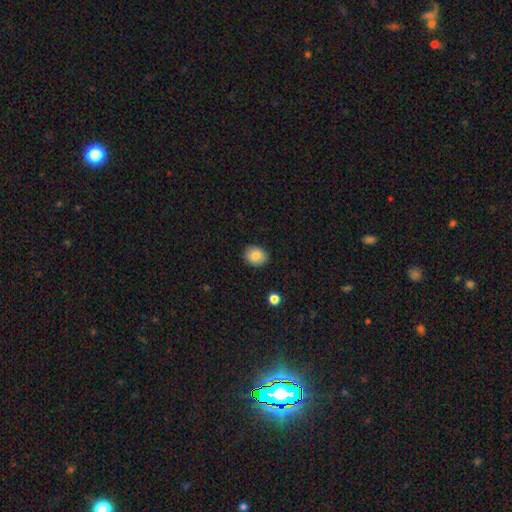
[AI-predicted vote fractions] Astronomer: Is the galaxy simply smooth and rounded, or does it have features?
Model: smooth — 84%.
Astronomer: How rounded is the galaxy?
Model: round — 60% (runner-up: in between, 39%).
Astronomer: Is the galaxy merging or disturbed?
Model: none — 88%.